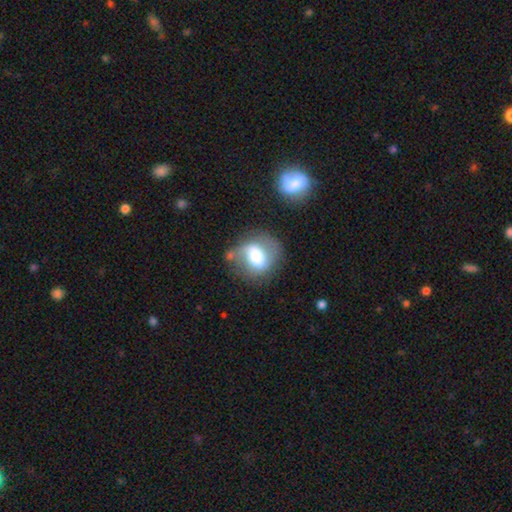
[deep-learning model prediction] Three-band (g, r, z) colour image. It shows a featured or disk galaxy (48%). Merging: none (51%).